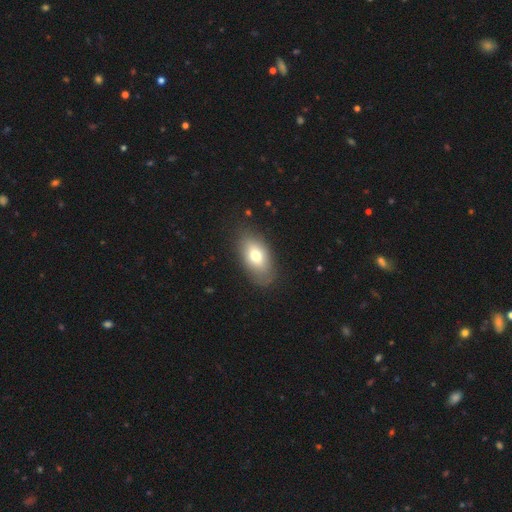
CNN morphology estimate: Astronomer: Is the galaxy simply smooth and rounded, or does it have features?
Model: smooth — 72%.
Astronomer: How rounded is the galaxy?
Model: in between — 91%.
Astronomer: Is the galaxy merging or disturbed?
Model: none — 79%.